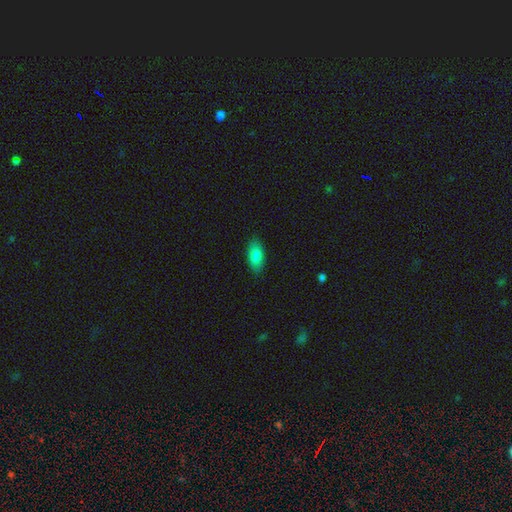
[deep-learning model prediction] Smooth or featured? smooth (83%)
How rounded? in between (89%)
Merging? none (85%)